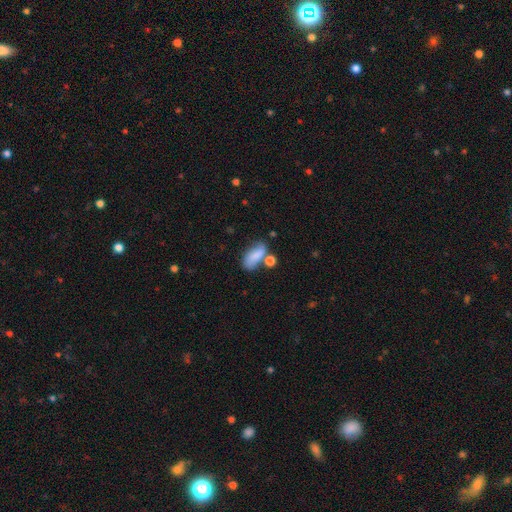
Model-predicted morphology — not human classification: smooth_or_featured: smooth (p=0.75) [alt: featured or disk p=0.16]
how_rounded: in between (p=0.84) [alt: cigar-shaped p=0.10]
merging: none (p=0.45) [alt: merger p=0.26]